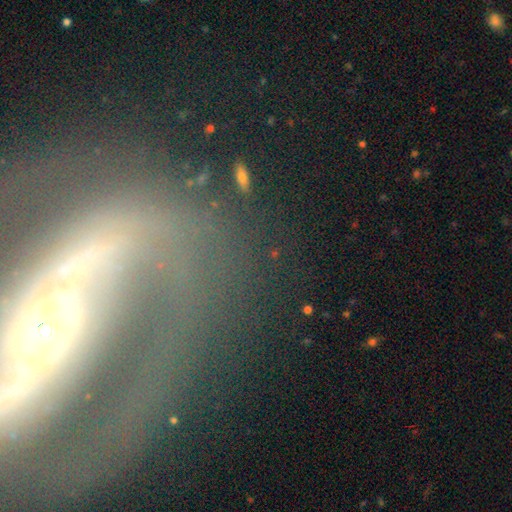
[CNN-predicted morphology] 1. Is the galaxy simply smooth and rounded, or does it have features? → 54% featured or disk, 25% star or artifact, 21% smooth.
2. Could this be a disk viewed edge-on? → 81% no, 19% yes.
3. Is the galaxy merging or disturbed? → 63% none, 15% major disturbance, 14% minor disturbance, 8% merger.